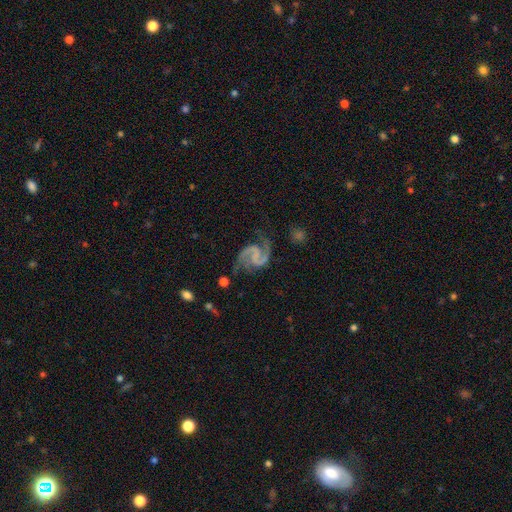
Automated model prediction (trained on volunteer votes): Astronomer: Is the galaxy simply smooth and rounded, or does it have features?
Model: featured or disk — 92%.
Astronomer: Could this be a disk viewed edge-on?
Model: no — 99%.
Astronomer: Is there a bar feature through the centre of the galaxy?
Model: weak — 41% (runner-up: no, 39%).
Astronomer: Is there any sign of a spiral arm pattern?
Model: yes — 98%.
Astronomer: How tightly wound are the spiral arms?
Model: medium — 56%.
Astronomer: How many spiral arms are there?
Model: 2 — 94%.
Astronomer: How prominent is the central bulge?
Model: none — 64%.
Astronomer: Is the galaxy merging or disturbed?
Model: none — 70%.